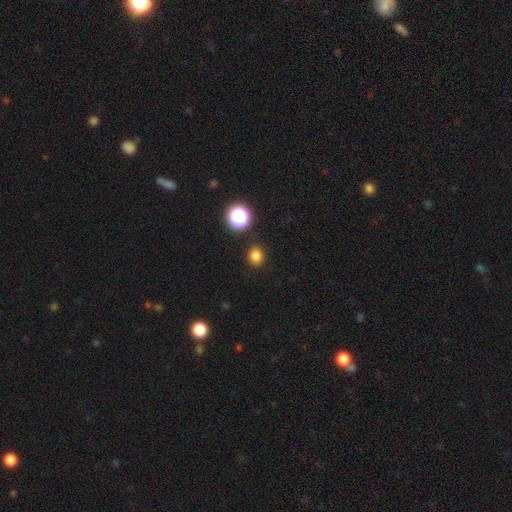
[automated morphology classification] Q: Smooth or featured?
A: smooth (80%); runner-up: star or artifact (16%)
Q: How rounded?
A: round (74%); runner-up: in between (25%)
Q: Merging?
A: none (88%); runner-up: minor disturbance (7%)